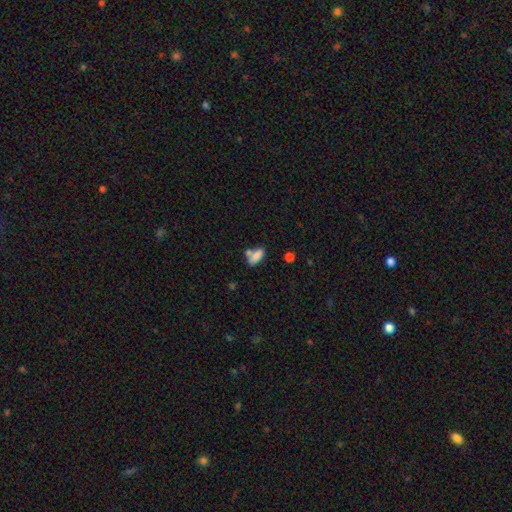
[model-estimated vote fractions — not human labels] Q: Smooth or featured?
A: smooth (81%); runner-up: featured or disk (11%)
Q: How rounded?
A: in between (78%); runner-up: cigar-shaped (18%)
Q: Merging?
A: none (46%); runner-up: merger (32%)